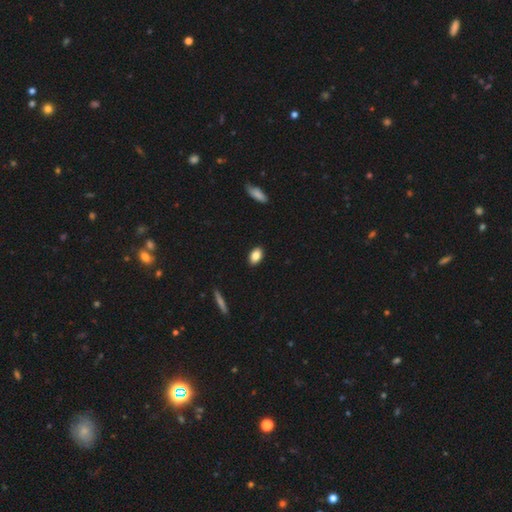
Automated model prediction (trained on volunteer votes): Smooth or featured? Predicted: smooth (p=0.85). How rounded? Predicted: in between (p=0.88). Merging? Predicted: none (p=0.89).